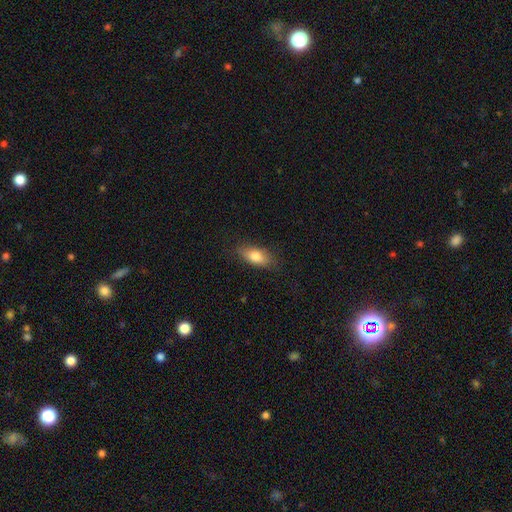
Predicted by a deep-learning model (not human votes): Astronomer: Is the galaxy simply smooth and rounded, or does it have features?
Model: smooth — 78%.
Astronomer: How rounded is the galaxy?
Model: in between — 79%.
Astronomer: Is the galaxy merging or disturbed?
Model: none — 81%.